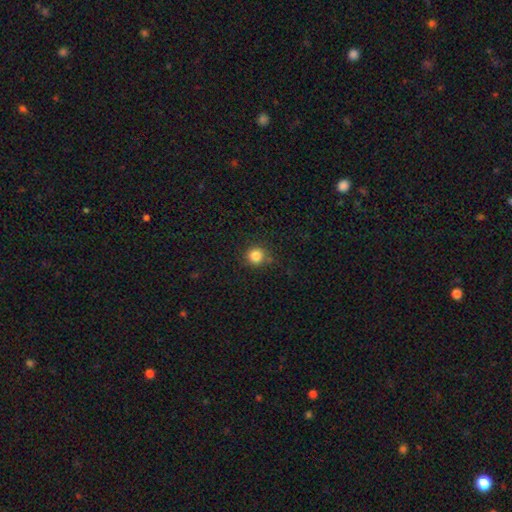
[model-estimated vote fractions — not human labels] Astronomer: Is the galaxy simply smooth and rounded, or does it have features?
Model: smooth — 84%.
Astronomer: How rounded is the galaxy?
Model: round — 92%.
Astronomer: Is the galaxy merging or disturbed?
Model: none — 83%.